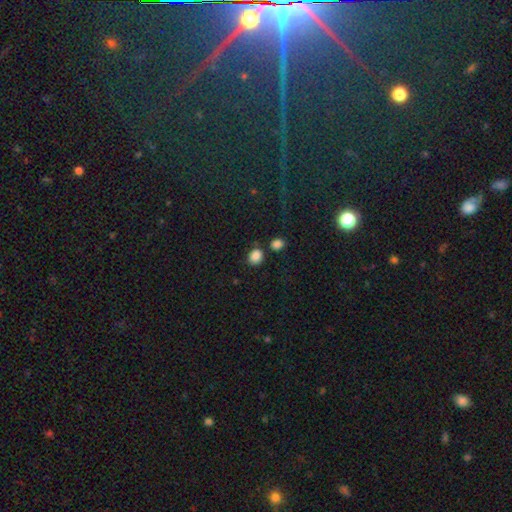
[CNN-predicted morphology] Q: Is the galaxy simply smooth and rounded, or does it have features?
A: smooth — 86%.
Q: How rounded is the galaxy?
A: round — 58%.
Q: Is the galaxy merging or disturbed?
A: none — 73%.